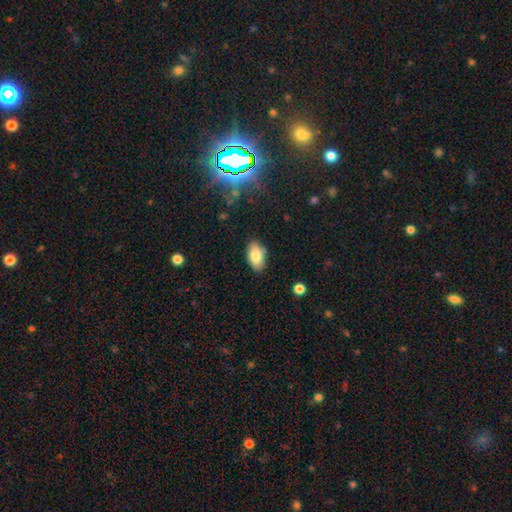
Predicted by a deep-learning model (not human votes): This appears to be a smooth galaxy with no disk features (83%) that is in between round and cigar-shaped (93%). Merging: none (85%).